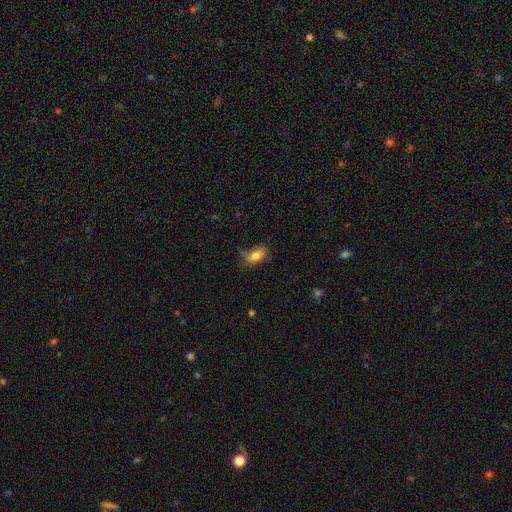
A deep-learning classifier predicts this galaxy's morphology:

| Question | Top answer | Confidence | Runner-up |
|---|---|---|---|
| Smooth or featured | smooth | 80% | featured or disk (12%) |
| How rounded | in between | 89% | round (7%) |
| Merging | none | 67% | minor disturbance (24%) |